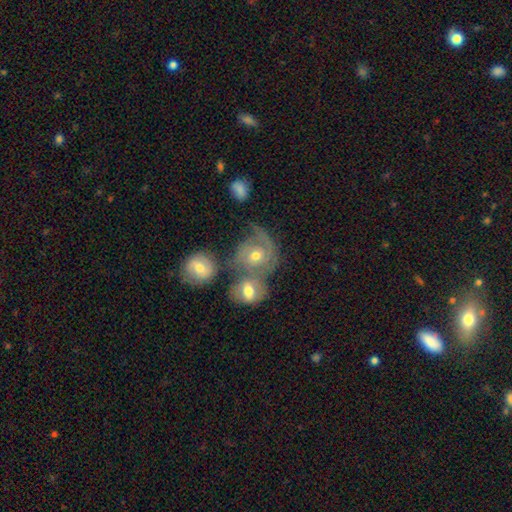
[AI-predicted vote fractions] Q: Smooth or featured?
A: featured or disk (59%); runner-up: smooth (33%)
Q: Edge-on disk?
A: no (97%); runner-up: yes (3%)
Q: Bar?
A: no (73%); runner-up: weak (22%)
Q: Spiral arms?
A: yes (80%); runner-up: no (20%)
Q: Bulge size?
A: moderate (67%); runner-up: small (23%)
Q: Merging?
A: merger (48%); runner-up: none (28%)